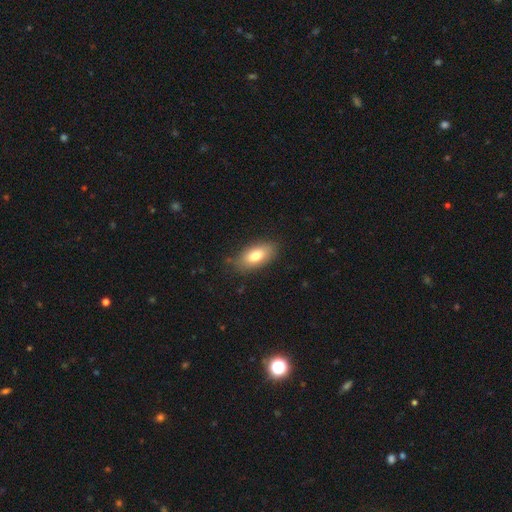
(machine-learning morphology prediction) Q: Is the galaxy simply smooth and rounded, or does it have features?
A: smooth — 78%.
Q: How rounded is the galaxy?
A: in between — 90%.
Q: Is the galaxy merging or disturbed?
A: none — 82%.